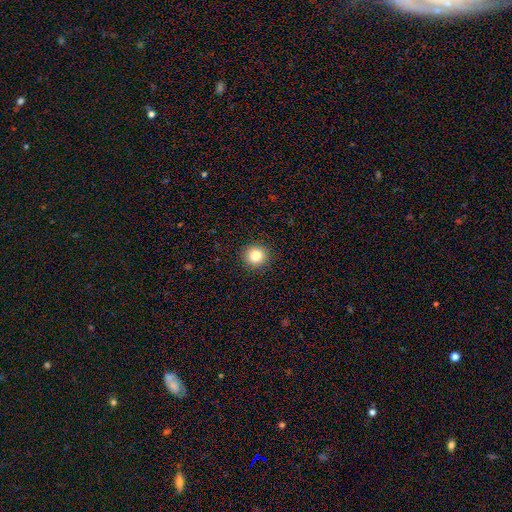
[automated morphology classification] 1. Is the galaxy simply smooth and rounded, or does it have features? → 83% smooth, 11% star or artifact, 6% featured or disk.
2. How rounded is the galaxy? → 95% round, 5% in between, 1% cigar-shaped.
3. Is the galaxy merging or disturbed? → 93% none, 5% minor disturbance, 2% major disturbance, 1% merger.